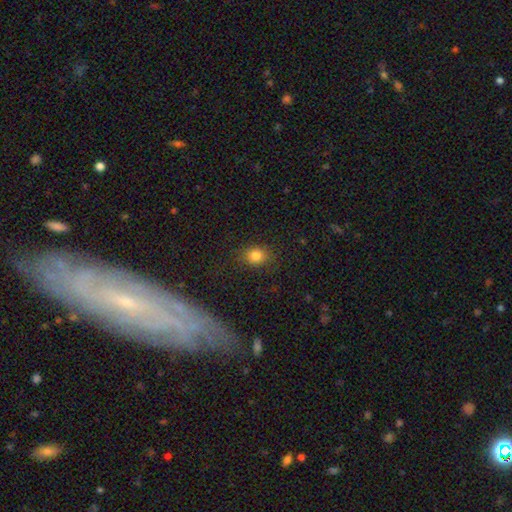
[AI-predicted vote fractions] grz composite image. It shows a smooth galaxy with no disk features (82%) that is round (54%). Merging: none (83%).